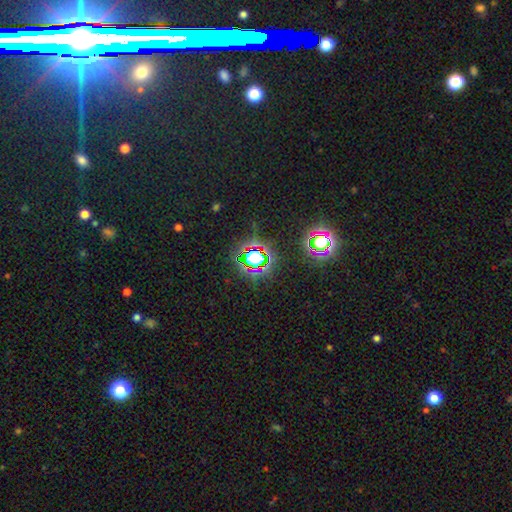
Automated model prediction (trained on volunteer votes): Smooth or featured?
  - star or artifact: 71% *
  - smooth: 19%
  - featured or disk: 10%